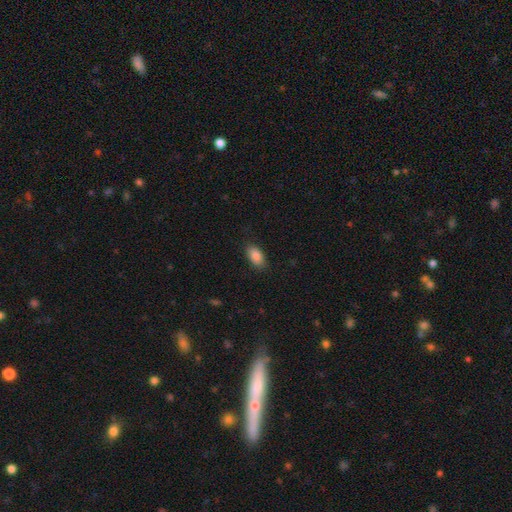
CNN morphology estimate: Smooth or featured? smooth (88%)
How rounded? in between (92%)
Merging? none (85%)